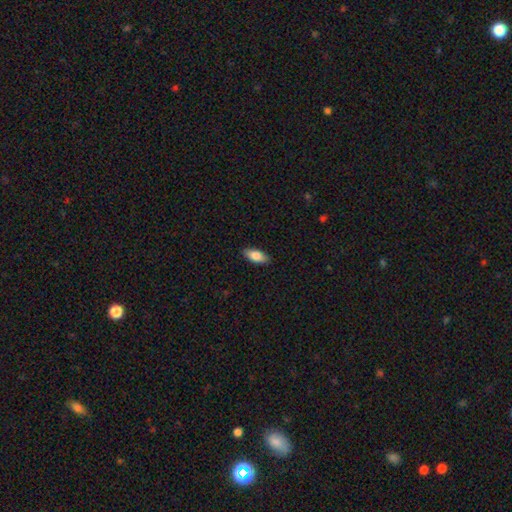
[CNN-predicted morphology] This is clearly a smooth galaxy (83%). How rounded: clearly in between (86%). Merging: clearly none (89%).